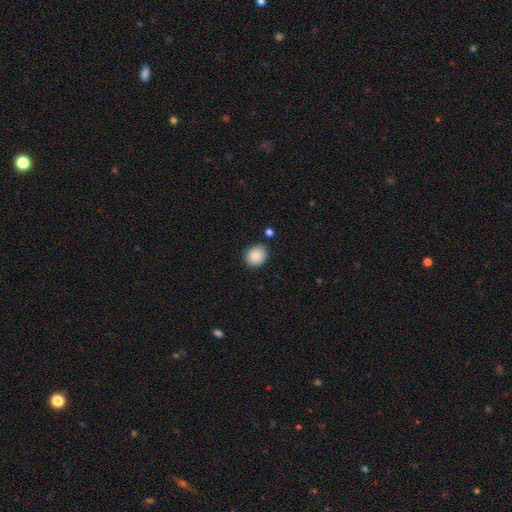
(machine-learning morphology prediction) This is clearly a smooth galaxy (89%). How rounded: likely round (60%). Merging: clearly none (82%).